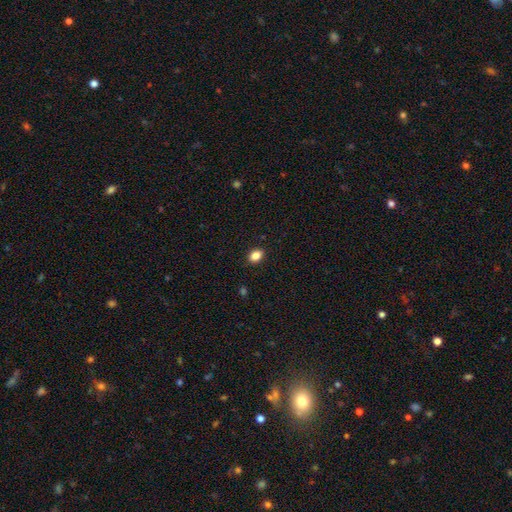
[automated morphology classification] type=smooth (86%); roundness=in between (74%); merging=none (90%).